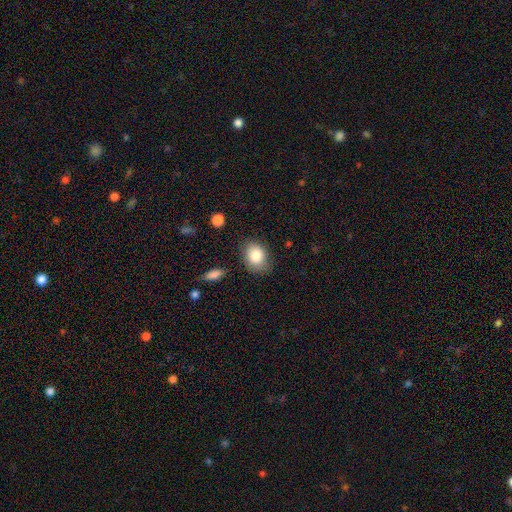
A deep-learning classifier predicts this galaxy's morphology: This is clearly a smooth galaxy (85%). How rounded: likely in between (63%). Merging: likely none (77%).